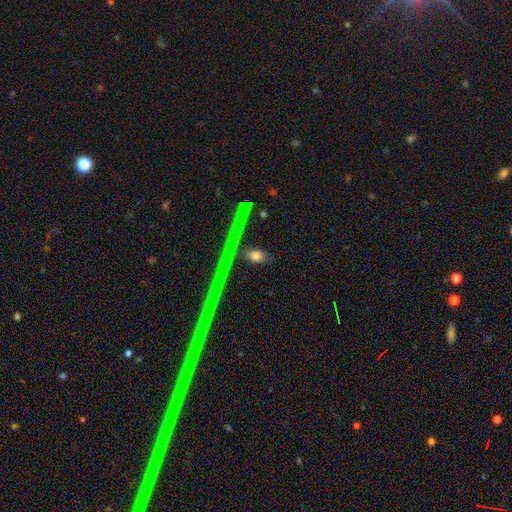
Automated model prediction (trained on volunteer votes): A smooth galaxy with no disk features (64%) that is in between round and cigar-shaped (59%).

Vote fractions:
- Smooth or featured? smooth: 64% / star or artifact: 23% / featured or disk: 13%
- How rounded? in between: 59% / round: 33% / cigar-shaped: 8%
- Merging? none: 78% / minor disturbance: 12% / major disturbance: 6% / merger: 5%